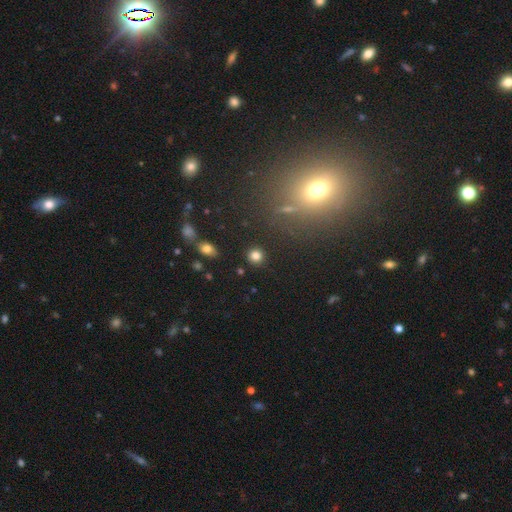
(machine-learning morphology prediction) Smooth or featured?
  - smooth: 81% *
  - star or artifact: 13%
  - featured or disk: 6%
How rounded?
  - round: 89% *
  - in between: 9%
  - cigar-shaped: 1%
Merging?
  - none: 89% *
  - minor disturbance: 6%
  - major disturbance: 2%
  - merger: 2%